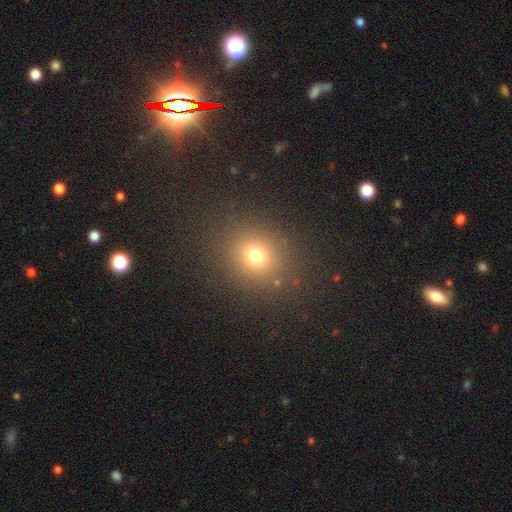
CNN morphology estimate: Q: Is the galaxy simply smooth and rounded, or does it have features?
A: smooth — 72%.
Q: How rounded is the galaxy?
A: round — 77%.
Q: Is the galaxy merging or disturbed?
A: none — 86%.